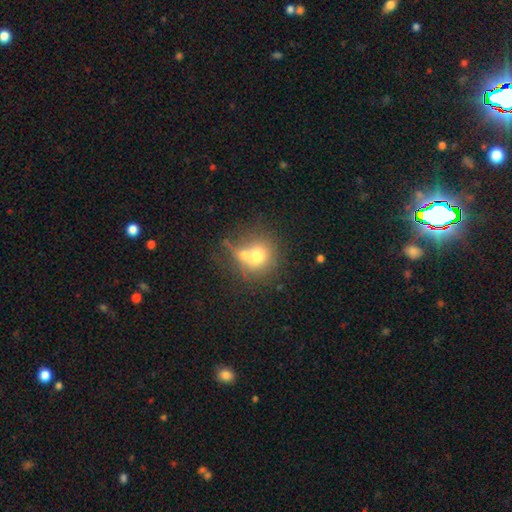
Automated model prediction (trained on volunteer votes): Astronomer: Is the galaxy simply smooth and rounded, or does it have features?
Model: smooth — 68%.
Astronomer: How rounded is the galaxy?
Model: round — 82%.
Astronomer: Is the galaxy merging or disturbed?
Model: merger — 47% (runner-up: none, 37%).